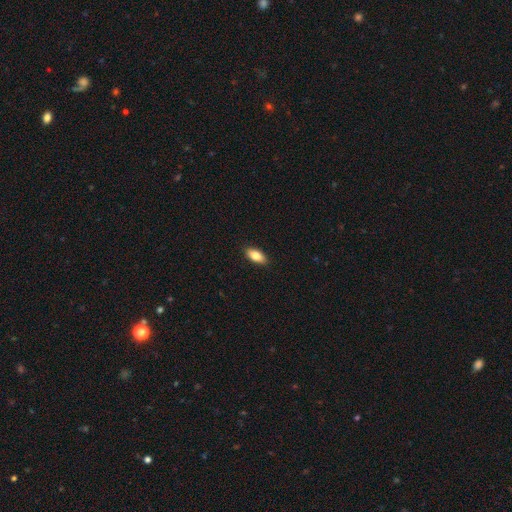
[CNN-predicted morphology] A smooth galaxy with no disk features (84%) that is in between round and cigar-shaped (89%).

Vote fractions:
- Smooth or featured? smooth: 84% / featured or disk: 10% / star or artifact: 7%
- How rounded? in between: 89% / cigar-shaped: 9% / round: 3%
- Merging? none: 89% / minor disturbance: 8% / major disturbance: 2% / merger: 1%